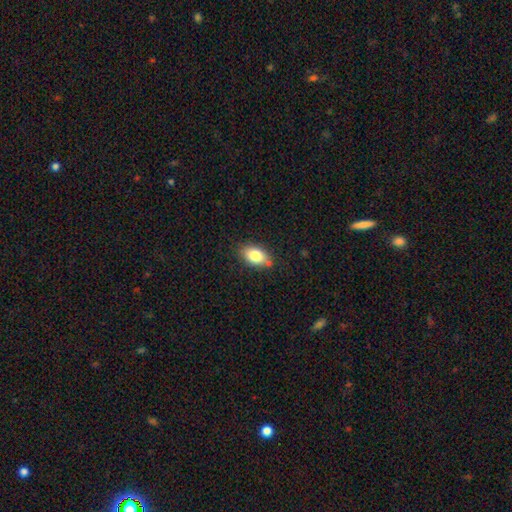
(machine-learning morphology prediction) Smooth or featured? smooth (81%)
How rounded? in between (88%)
Merging? none (79%)